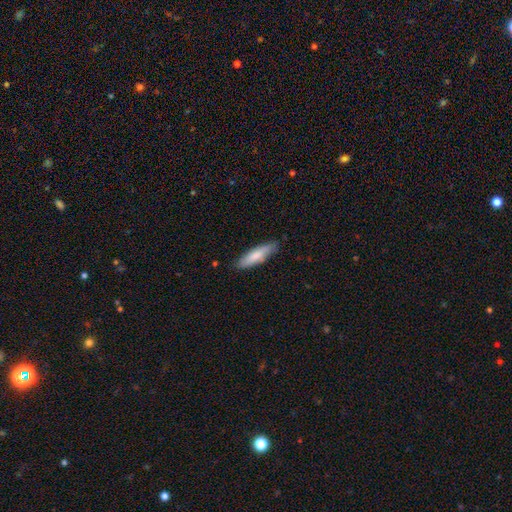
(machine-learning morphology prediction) Overall: smooth (78%). How rounded: cigar-shaped (63%; in between 36%). Merging: none (81%).